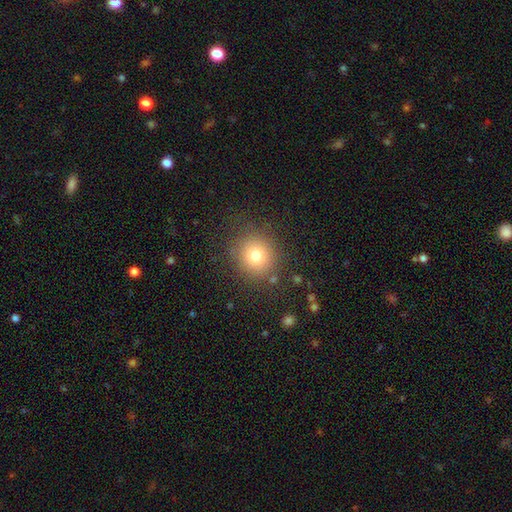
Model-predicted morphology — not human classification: type=smooth (77%); roundness=round (89%); merging=none (85%).